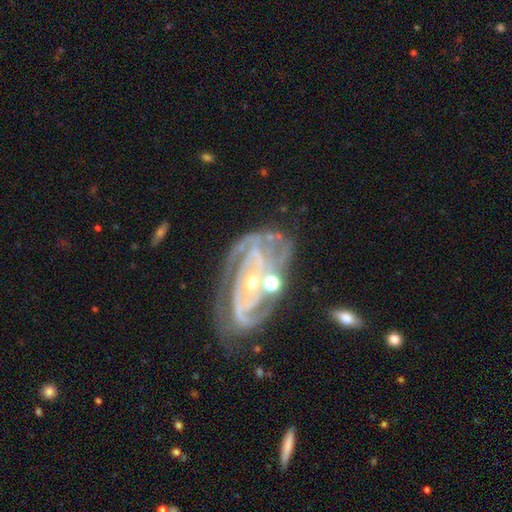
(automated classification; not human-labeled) smooth-or-featured: featured or disk: 88% | star or artifact: 7% | smooth: 5%
  disk-edge-on: no: 97% | yes: 3%
    bar: no: 63% | weak: 22% | strong: 14%
    has-spiral-arms: yes: 95% | no: 5%
      spiral-winding: tight: 65% | medium: 29% | loose: 7%
      spiral-arm-count: 2: 39% | 3: 23% | can't tell: 19% | 4: 7% | 1: 6% | more than 4: 6%
    bulge-size: moderate: 52% | small: 42% | large: 3% | none: 2% | dominant: 1%
  merging: none: 55% | minor disturbance: 21% | major disturbance: 14% | merger: 10%